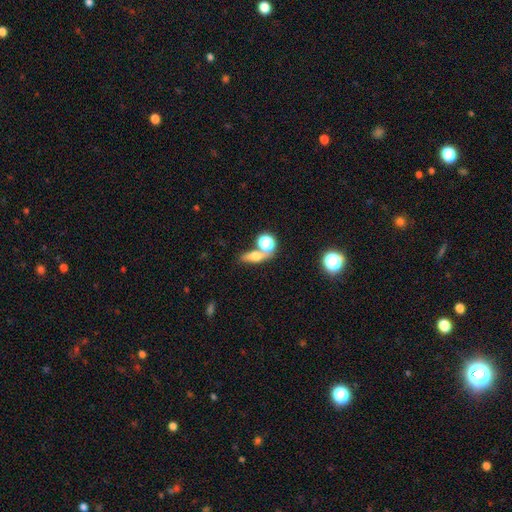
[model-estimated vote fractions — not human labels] Morphology: type=smooth (59%); roundness=in between (51%); merging=none (54%).